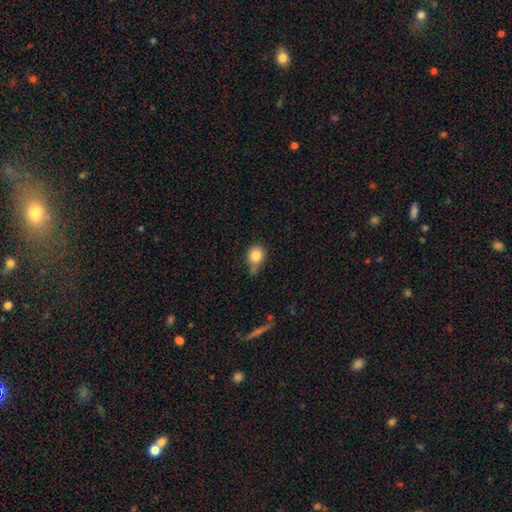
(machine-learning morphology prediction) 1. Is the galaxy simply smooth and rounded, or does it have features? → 83% smooth, 9% star or artifact, 7% featured or disk.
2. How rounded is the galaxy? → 73% round, 26% in between, 1% cigar-shaped.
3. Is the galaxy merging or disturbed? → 51% none, 30% minor disturbance, 10% merger, 9% major disturbance.